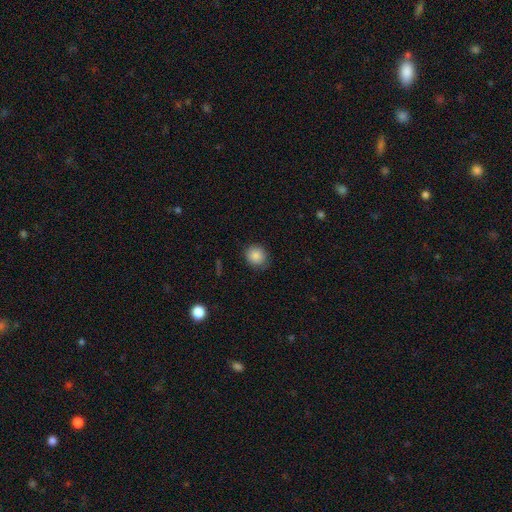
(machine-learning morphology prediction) A smooth galaxy with no disk features (86%) that is round (83%). Merging: none (80%).